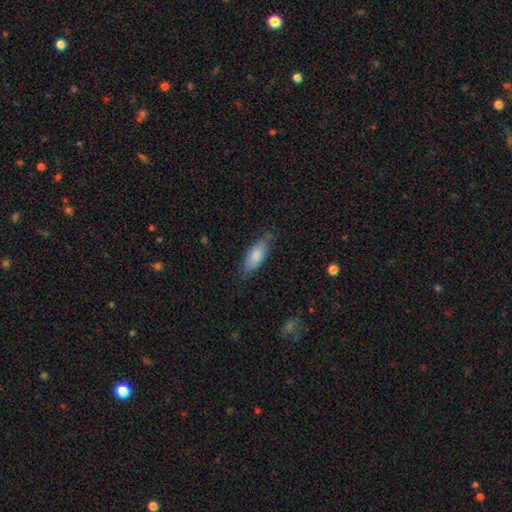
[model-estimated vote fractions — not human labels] Smooth or featured?
  - smooth: 83% *
  - featured or disk: 11%
  - star or artifact: 6%
How rounded?
  - in between: 78% *
  - cigar-shaped: 20%
  - round: 2%
Merging?
  - none: 74% *
  - minor disturbance: 20%
  - major disturbance: 4%
  - merger: 2%